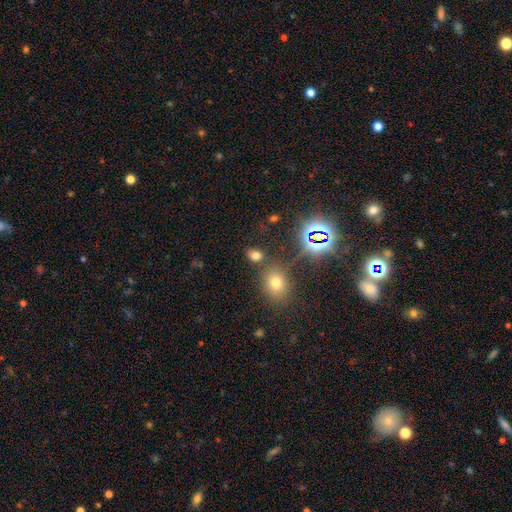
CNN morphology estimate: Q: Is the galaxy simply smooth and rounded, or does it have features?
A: smooth — 67%.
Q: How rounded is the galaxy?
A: in between — 69%.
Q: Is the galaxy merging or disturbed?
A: none — 76%.